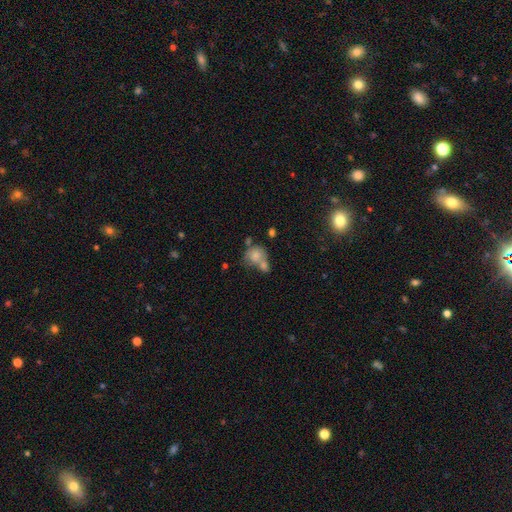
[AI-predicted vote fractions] This is likely a smooth galaxy (75%). How rounded: likely round (63%). Merging: possibly merger (53%).